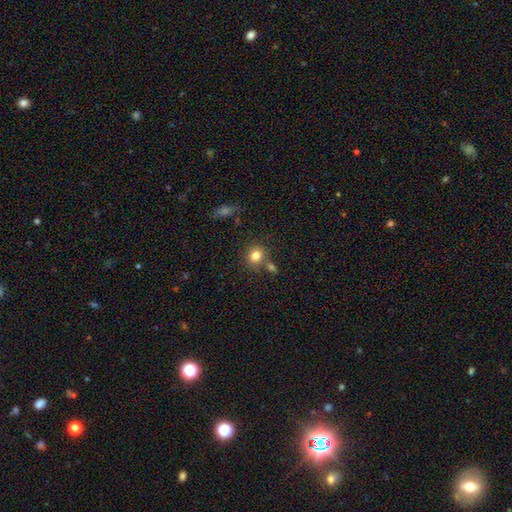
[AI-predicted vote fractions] Smooth or featured?
  - smooth: 81% *
  - star or artifact: 11%
  - featured or disk: 8%
How rounded?
  - round: 76% *
  - in between: 23%
  - cigar-shaped: 1%
Merging?
  - none: 68% *
  - merger: 17%
  - minor disturbance: 11%
  - major disturbance: 4%